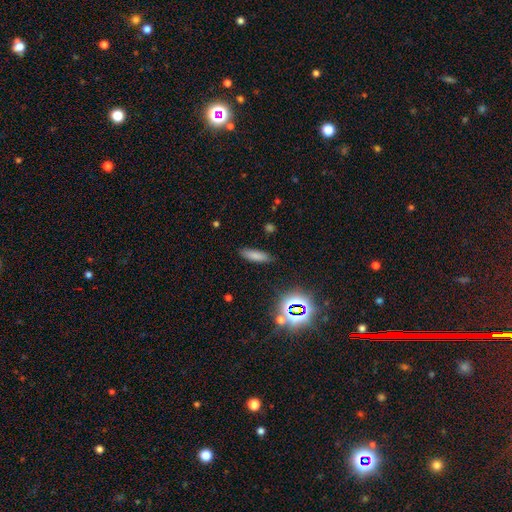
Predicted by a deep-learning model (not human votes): A smooth galaxy with no disk features (77%) that is cigar-shaped (56%).

Vote fractions:
- Smooth or featured? smooth: 77% / star or artifact: 14% / featured or disk: 9%
- How rounded? cigar-shaped: 56% / in between: 41% / round: 3%
- Merging? none: 85% / minor disturbance: 10% / major disturbance: 3% / merger: 2%